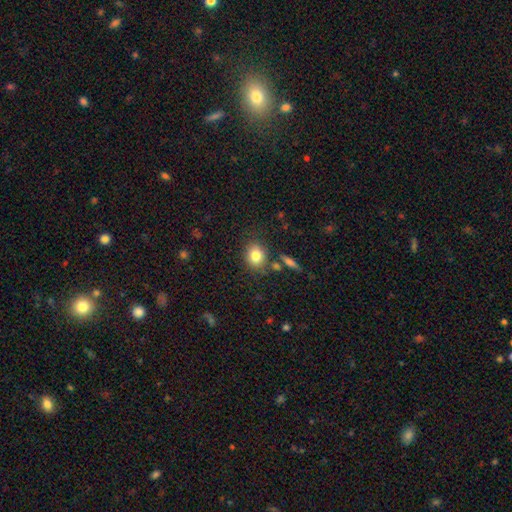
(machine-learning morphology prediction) type=smooth (81%); roundness=round (63%); merging=none (77%).